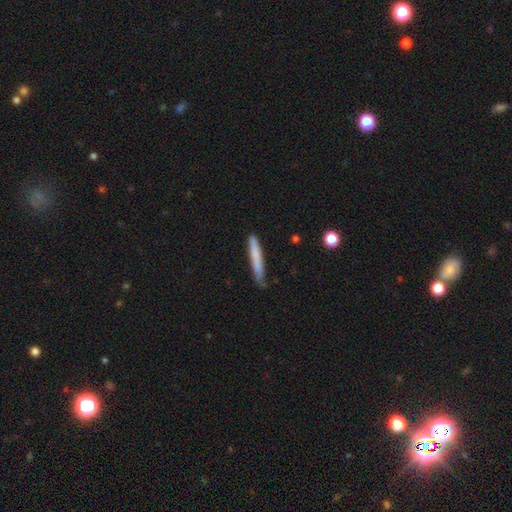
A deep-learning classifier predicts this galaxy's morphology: Smooth or featured? smooth (73%)
How rounded? cigar-shaped (96%)
Merging? none (78%)